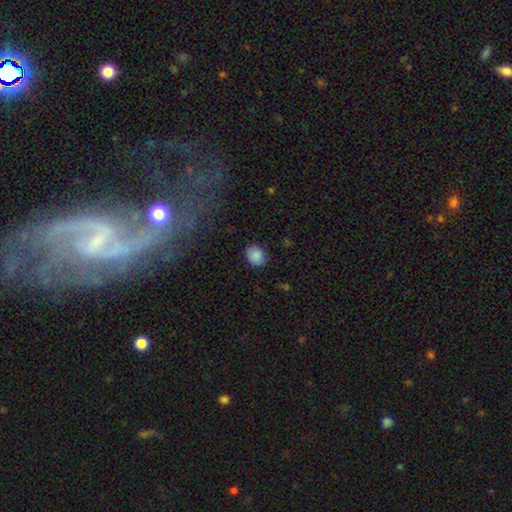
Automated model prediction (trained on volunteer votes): Smooth or featured?
  - smooth: 87% *
  - star or artifact: 9%
  - featured or disk: 4%
How rounded?
  - round: 66% *
  - in between: 33%
  - cigar-shaped: 1%
Merging?
  - none: 83% *
  - minor disturbance: 13%
  - major disturbance: 3%
  - merger: 1%